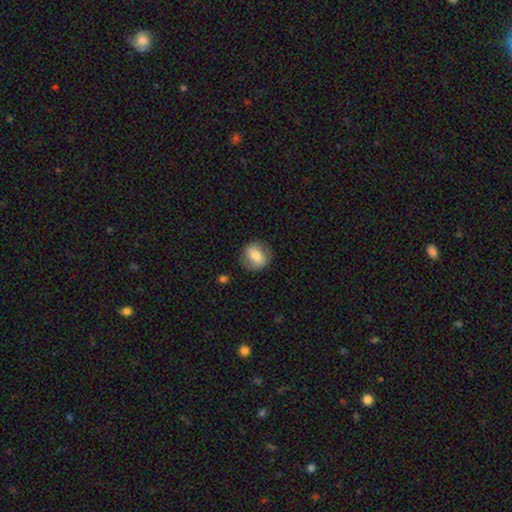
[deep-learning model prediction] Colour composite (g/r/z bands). It shows a smooth galaxy with no disk features (67%) that is round (73%). Merging: none (82%).